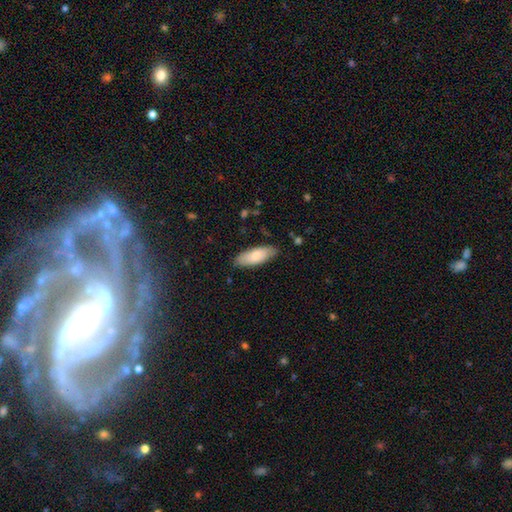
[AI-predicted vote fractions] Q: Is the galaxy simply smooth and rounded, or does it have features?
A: smooth — 79%.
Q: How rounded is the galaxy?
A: in between — 76%.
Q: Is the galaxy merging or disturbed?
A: none — 83%.